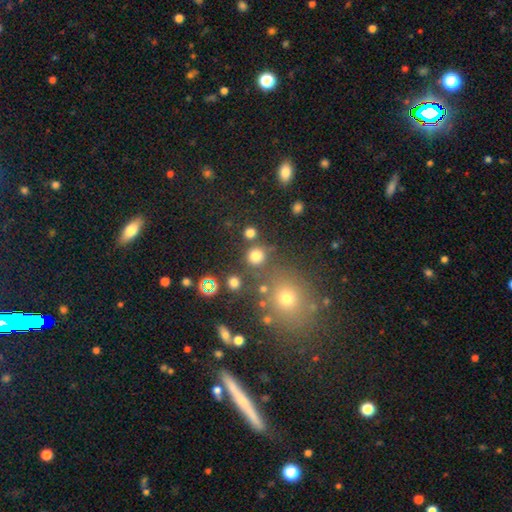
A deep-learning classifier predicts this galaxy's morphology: A smooth galaxy with no disk features (76%) that is round (91%). Merging: none (79%).